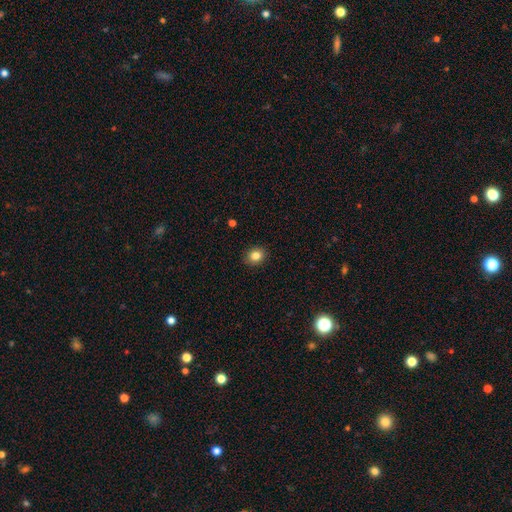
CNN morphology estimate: smooth_or_featured: smooth (p=0.84) [alt: star or artifact p=0.10]
how_rounded: round (p=0.62) [alt: in between p=0.37]
merging: none (p=0.90) [alt: minor disturbance p=0.07]